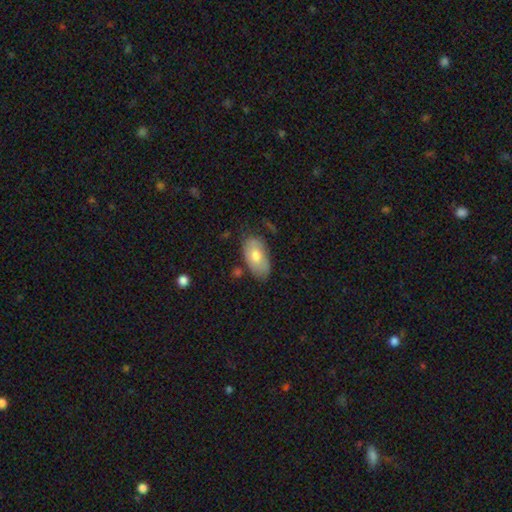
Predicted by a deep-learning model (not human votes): Smooth or featured: smooth — 69% (featured or disk — 25%)
How rounded: in between — 93% (round — 5%)
Merging: none — 72% (minor disturbance — 20%)